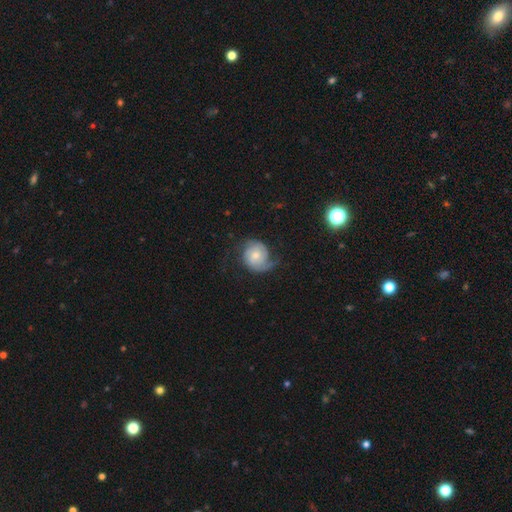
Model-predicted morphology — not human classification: Q: Smooth or featured?
A: featured or disk (71%); runner-up: smooth (23%)
Q: Edge-on disk?
A: no (98%); runner-up: yes (2%)
Q: Bar?
A: no (74%); runner-up: weak (22%)
Q: Spiral arms?
A: yes (93%); runner-up: no (7%)
Q: Spiral winding?
A: tight (37%); runner-up: medium (36%)
Q: Spiral arm count?
A: 2 (64%); runner-up: 1 (14%)
Q: Bulge size?
A: small (51%); runner-up: moderate (42%)
Q: Merging?
A: none (57%); runner-up: minor disturbance (23%)